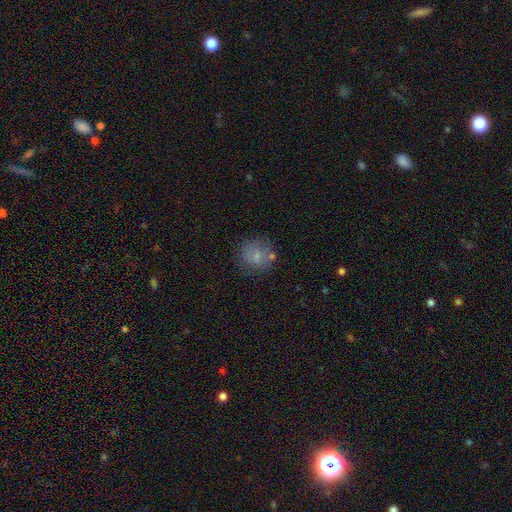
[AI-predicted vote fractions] This appears to be a smooth galaxy with no disk features (70%) that is round (84%). Merging: none (62%).